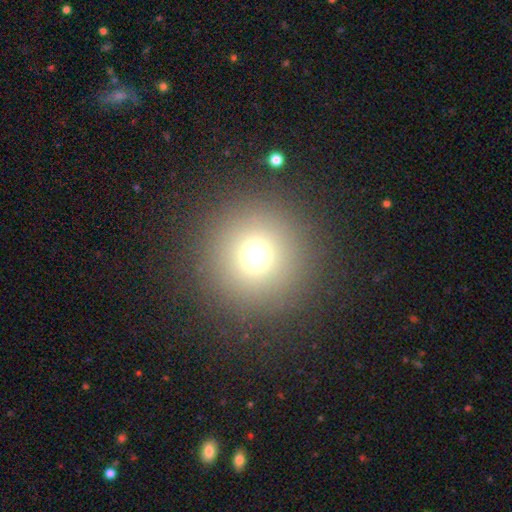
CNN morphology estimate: Smooth or featured?
  - smooth: 69% *
  - star or artifact: 22%
  - featured or disk: 9%
How rounded?
  - round: 96% *
  - in between: 3%
  - cigar-shaped: 1%
Merging?
  - none: 89% *
  - minor disturbance: 5%
  - major disturbance: 4%
  - merger: 2%